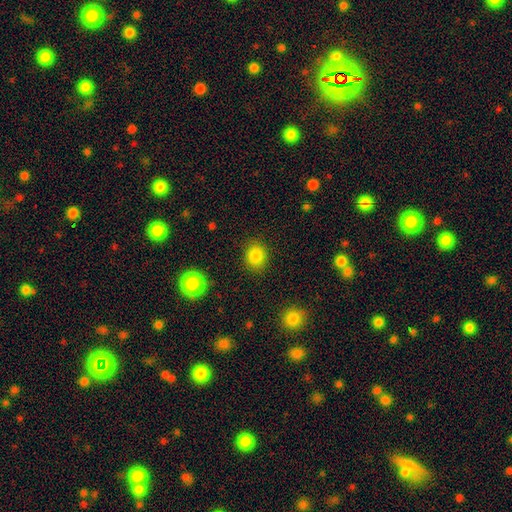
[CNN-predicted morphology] A smooth galaxy with no disk features (85%) that is round (68%). Merging: none (87%).